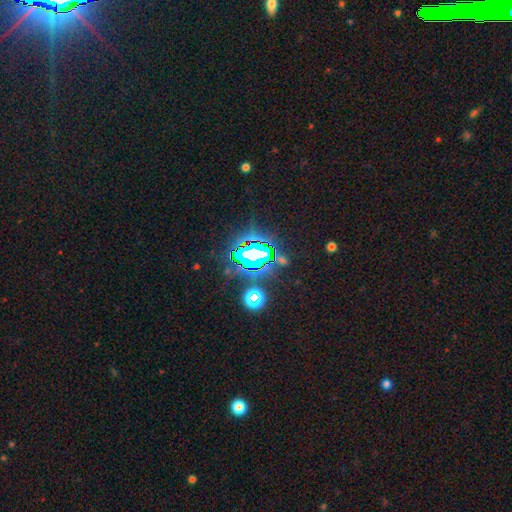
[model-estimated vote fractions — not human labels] Overall: star or artifact (75%).